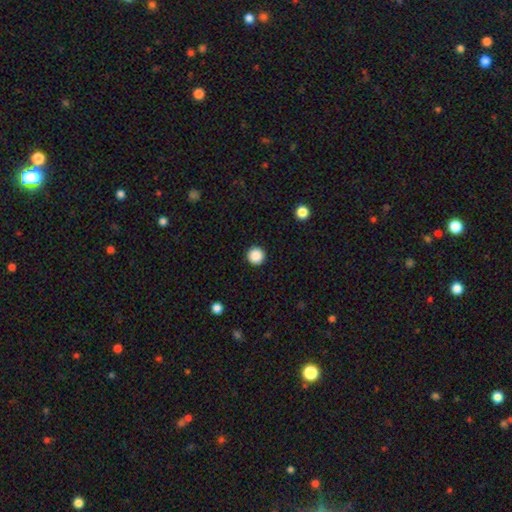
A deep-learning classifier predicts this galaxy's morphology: smooth_or_featured: smooth (p=0.88) [alt: star or artifact p=0.10]
how_rounded: round (p=0.96) [alt: in between p=0.03]
merging: none (p=0.93) [alt: minor disturbance p=0.04]